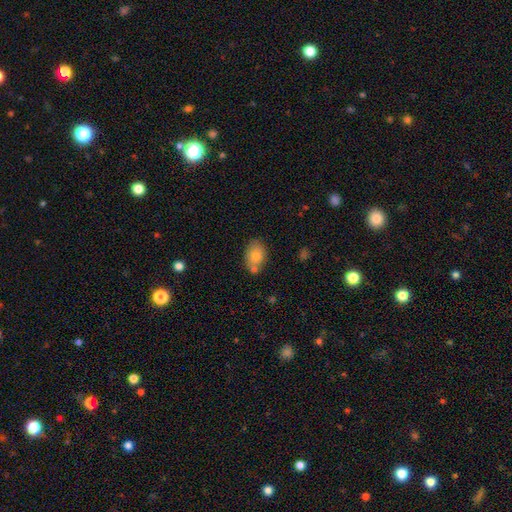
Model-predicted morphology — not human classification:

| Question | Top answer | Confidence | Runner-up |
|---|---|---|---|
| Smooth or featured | smooth | 80% | featured or disk (12%) |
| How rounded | in between | 80% | round (19%) |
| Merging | none | 62% | minor disturbance (17%) |